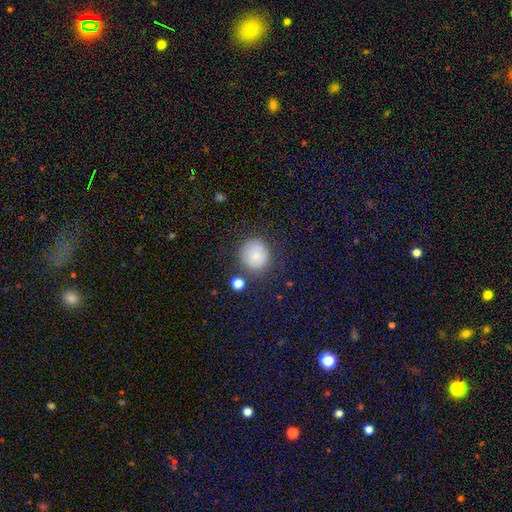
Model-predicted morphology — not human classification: Q: Smooth or featured?
A: smooth (84%); runner-up: star or artifact (9%)
Q: How rounded?
A: round (87%); runner-up: in between (12%)
Q: Merging?
A: none (75%); runner-up: minor disturbance (14%)